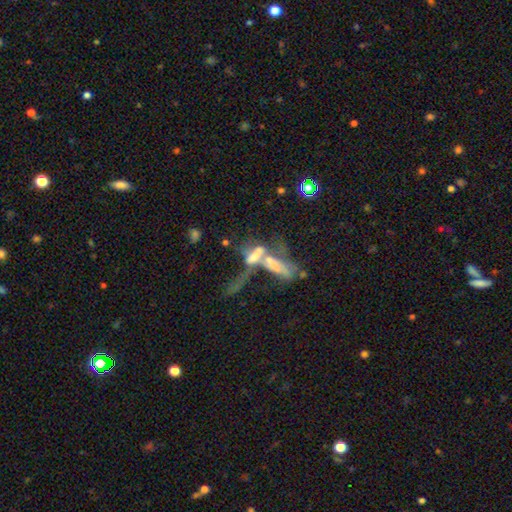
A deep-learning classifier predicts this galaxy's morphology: Smooth or featured?
  - featured or disk: 49% *
  - smooth: 36%
  - star or artifact: 15%
Merging?
  - merger: 70% *
  - major disturbance: 17%
  - none: 9%
  - minor disturbance: 5%